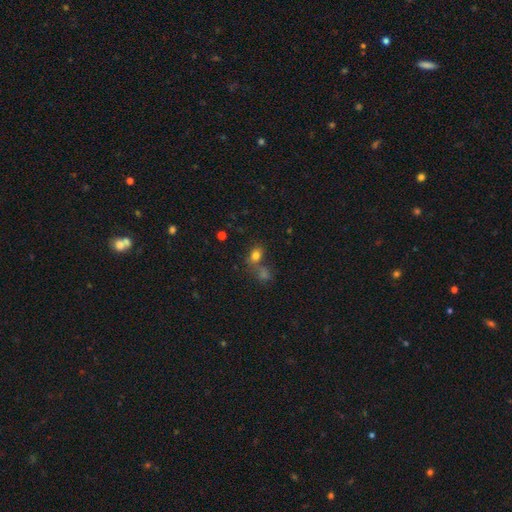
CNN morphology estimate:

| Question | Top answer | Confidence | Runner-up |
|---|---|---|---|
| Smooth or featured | smooth | 77% | star or artifact (15%) |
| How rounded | in between | 59% | round (39%) |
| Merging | none | 54% | merger (28%) |